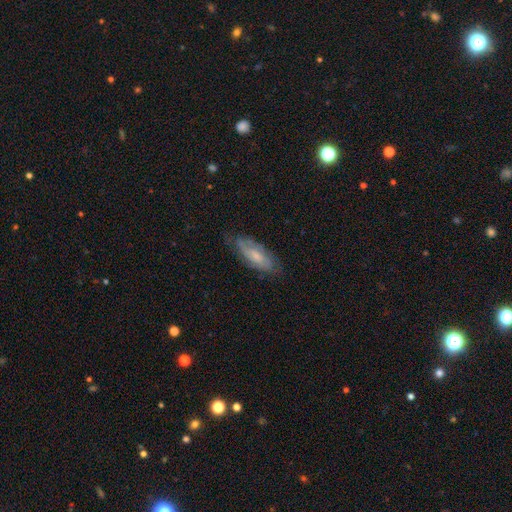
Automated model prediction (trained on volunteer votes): smooth_or_featured: featured or disk (p=0.56) [alt: smooth p=0.38]
disk_edge_on: no (p=0.83) [alt: yes p=0.17]
merging: none (p=0.71) [alt: minor disturbance p=0.22]